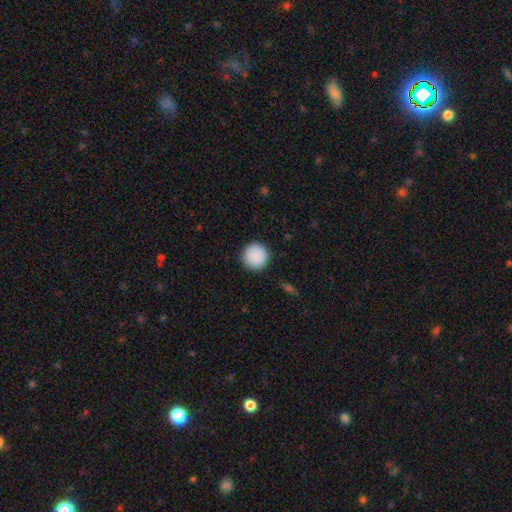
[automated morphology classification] Overall: smooth (90%). How rounded: round (96%). Merging: none (92%).